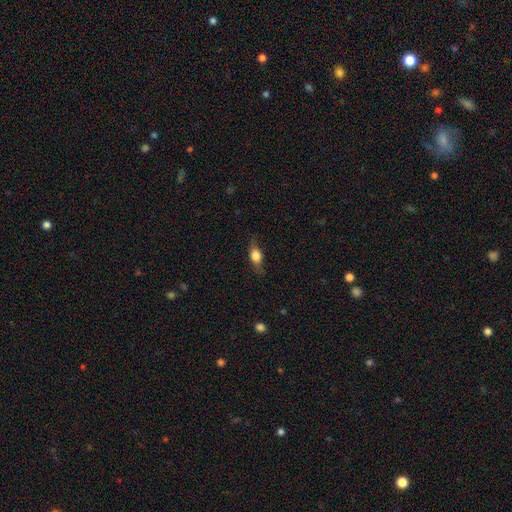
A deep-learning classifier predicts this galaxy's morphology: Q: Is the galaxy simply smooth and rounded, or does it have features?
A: smooth — 64%.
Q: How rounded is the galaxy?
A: in between — 68%.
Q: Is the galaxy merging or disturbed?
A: none — 74%.